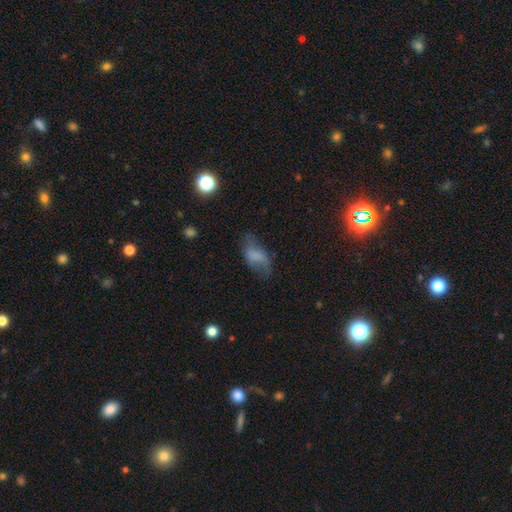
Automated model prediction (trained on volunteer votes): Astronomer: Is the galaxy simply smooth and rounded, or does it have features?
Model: smooth — 62%.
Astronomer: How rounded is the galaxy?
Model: in between — 90%.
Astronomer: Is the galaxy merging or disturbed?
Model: none — 53%.